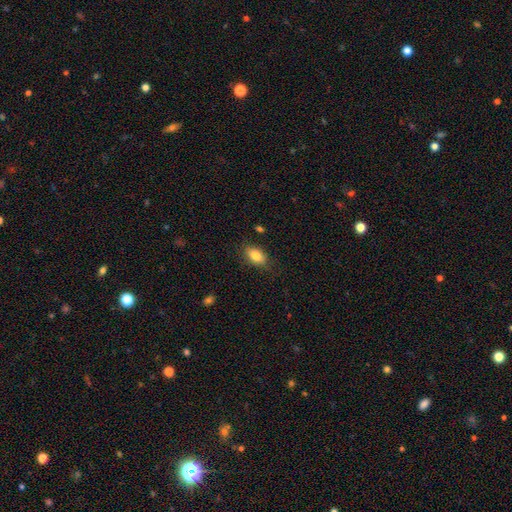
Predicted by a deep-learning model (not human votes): smooth 82%, featured or disk 10%, star or artifact 8%. Down the decision tree: how rounded — in between (86%); merging — none (81%).